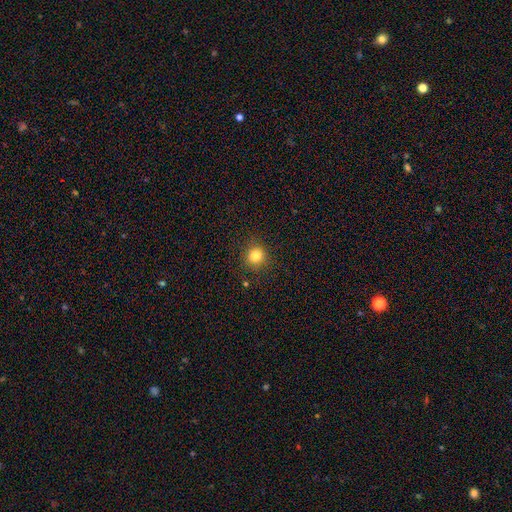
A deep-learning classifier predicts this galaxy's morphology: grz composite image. It shows a smooth galaxy with no disk features (83%) that is round (90%). Merging: none (89%).